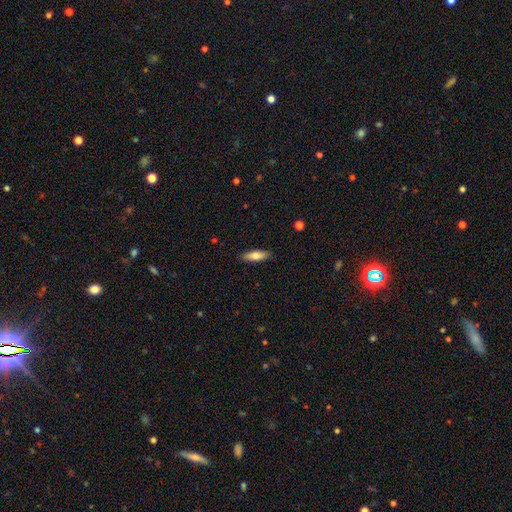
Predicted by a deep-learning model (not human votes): Q: Smooth or featured?
A: smooth (71%); runner-up: featured or disk (22%)
Q: How rounded?
A: cigar-shaped (52%); runner-up: in between (46%)
Q: Merging?
A: none (89%); runner-up: minor disturbance (8%)